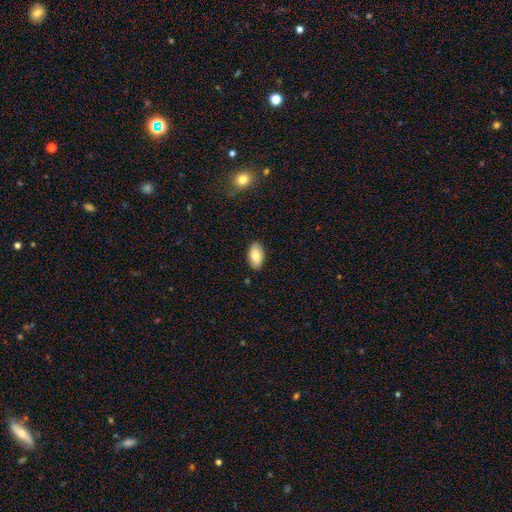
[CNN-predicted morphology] Smooth or featured? Predicted: smooth (p=0.81). How rounded? Predicted: in between (p=0.94). Merging? Predicted: none (p=0.87).